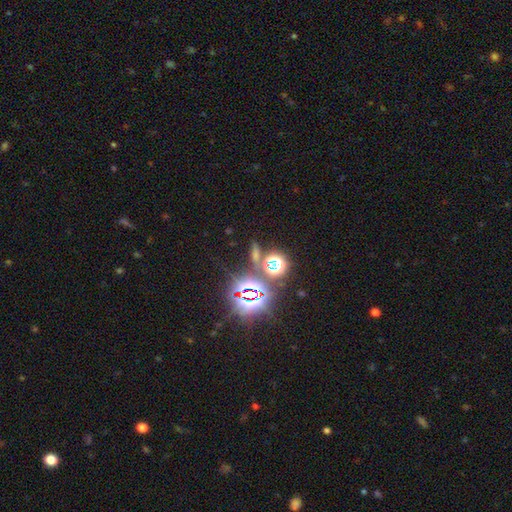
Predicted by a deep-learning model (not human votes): Morphology: type=star or artifact (71%).